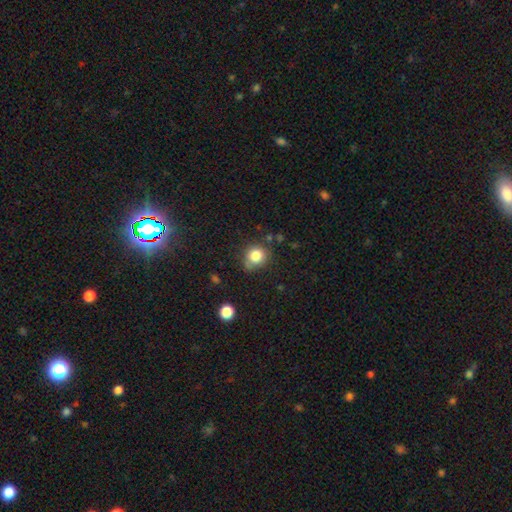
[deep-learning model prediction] Smooth or featured: smooth — 82% (star or artifact — 11%)
How rounded: round — 82% (in between — 17%)
Merging: none — 69% (minor disturbance — 20%)